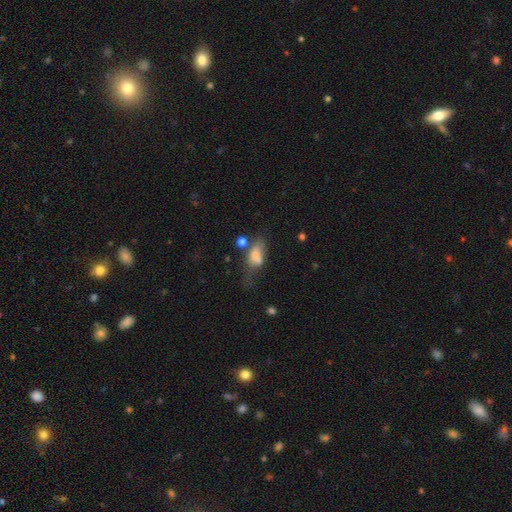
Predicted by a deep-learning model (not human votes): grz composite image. It shows a smooth galaxy with no disk features (67%) that is in between round and cigar-shaped (81%). Merging: major disturbance (35%).